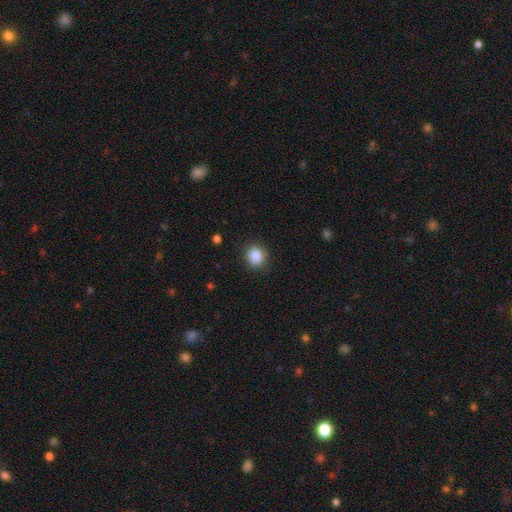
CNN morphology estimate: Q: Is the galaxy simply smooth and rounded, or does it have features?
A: smooth — 87%.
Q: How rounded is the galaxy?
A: round — 73%.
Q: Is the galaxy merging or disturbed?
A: none — 83%.